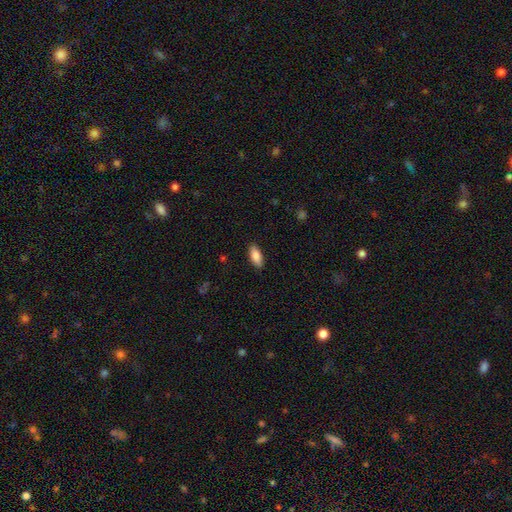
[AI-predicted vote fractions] Overall: smooth (86%). How rounded: in between (84%). Merging: none (88%).